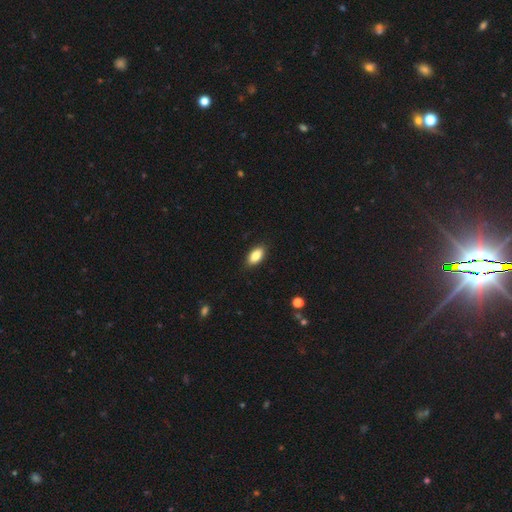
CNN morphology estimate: smooth 86%, star or artifact 7%, featured or disk 7%. Down the decision tree: how rounded — in between (91%); merging — none (88%).